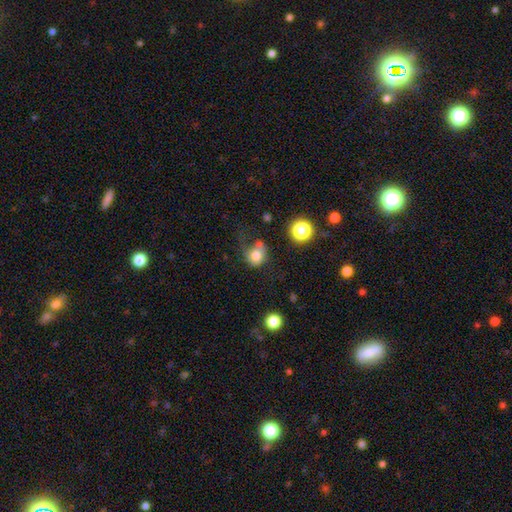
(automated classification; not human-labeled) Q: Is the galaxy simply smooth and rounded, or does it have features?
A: smooth — 75%.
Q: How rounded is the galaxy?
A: round — 76%.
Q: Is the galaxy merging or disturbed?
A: none — 41%.